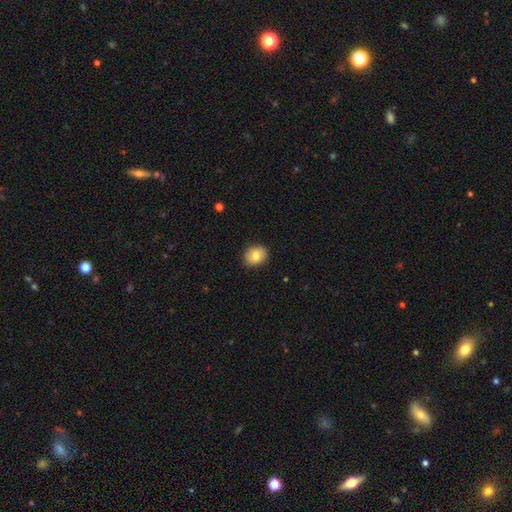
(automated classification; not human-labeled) This is likely a smooth galaxy (79%). How rounded: possibly round (60%). Merging: clearly none (88%).